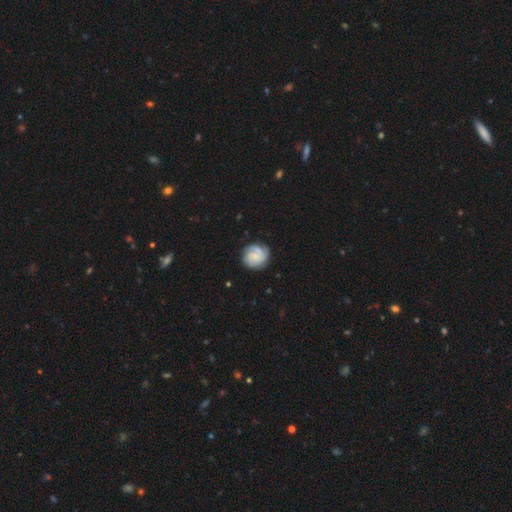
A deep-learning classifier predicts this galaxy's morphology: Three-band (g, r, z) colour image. It shows a featured or disk galaxy (59%) with no bar (68%), 3 (37%) tight (58%) spiral arms (93%) and a small central bulge (53%). Merging: none (80%).